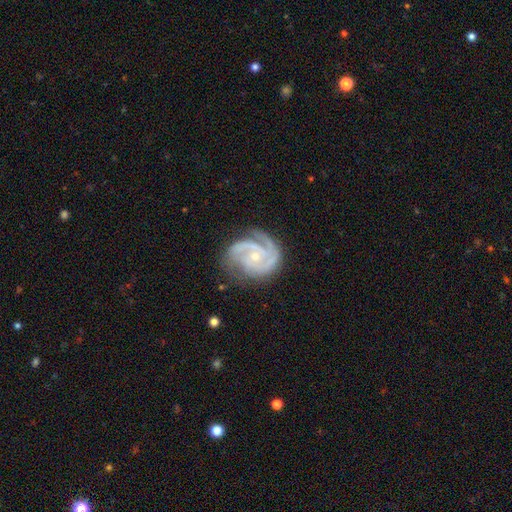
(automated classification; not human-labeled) featured or disk 91%, star or artifact 4%, smooth 4%. Down the decision tree: edge-on disk — no (98%); bar — no (66%); spiral arms — yes (98%); spiral arm count — 3 (54%); spiral winding — tight (60%); bulge size — small (71%); merging — none (70%).